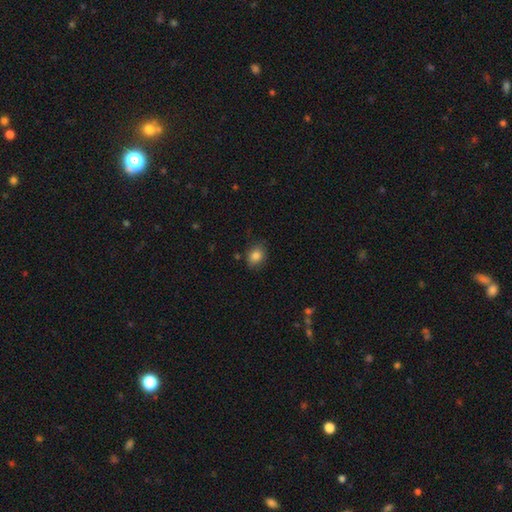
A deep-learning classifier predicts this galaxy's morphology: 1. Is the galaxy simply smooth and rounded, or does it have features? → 85% smooth, 10% star or artifact, 6% featured or disk.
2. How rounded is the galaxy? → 52% in between, 47% round, 1% cigar-shaped.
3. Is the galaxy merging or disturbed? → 81% none, 14% minor disturbance, 3% major disturbance, 2% merger.